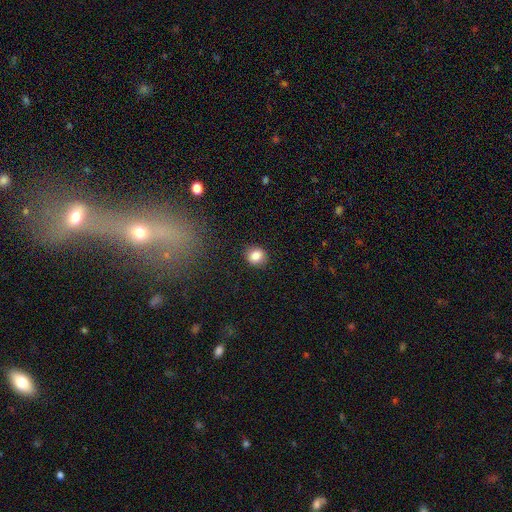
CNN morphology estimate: Smooth or featured?
  - smooth: 84% *
  - star or artifact: 10%
  - featured or disk: 6%
How rounded?
  - round: 79% *
  - in between: 20%
  - cigar-shaped: 1%
Merging?
  - none: 88% *
  - minor disturbance: 9%
  - major disturbance: 2%
  - merger: 1%